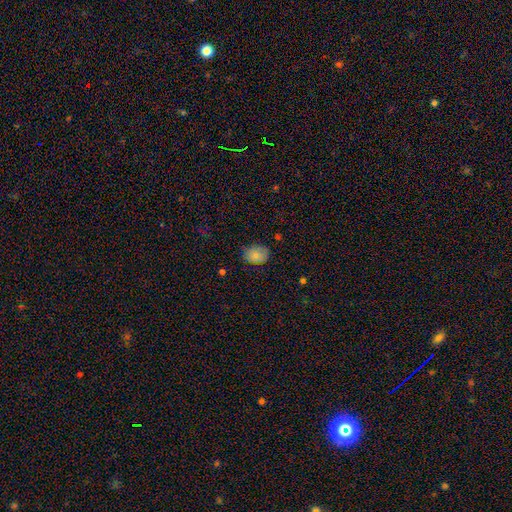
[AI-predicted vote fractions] A smooth galaxy with no disk features (81%) that is in between round and cigar-shaped (69%). Merging: none (73%).